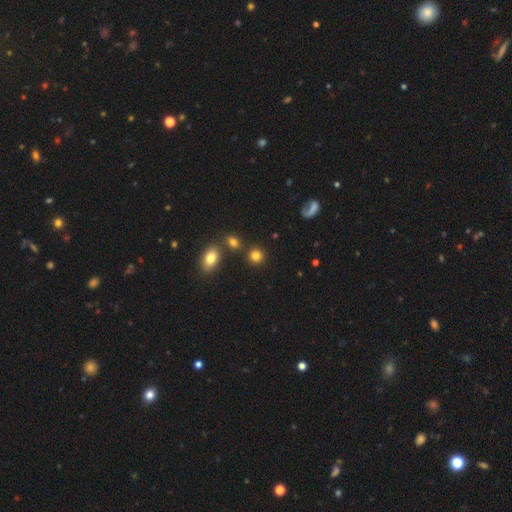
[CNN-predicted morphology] type=smooth (81%); roundness=round (86%); merging=none (82%).